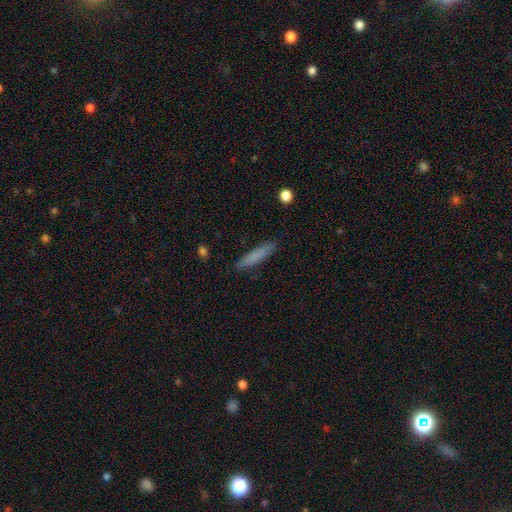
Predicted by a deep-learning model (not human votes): Smooth or featured: smooth — 79% (featured or disk — 14%)
How rounded: cigar-shaped — 88% (in between — 11%)
Merging: none — 87% (minor disturbance — 10%)